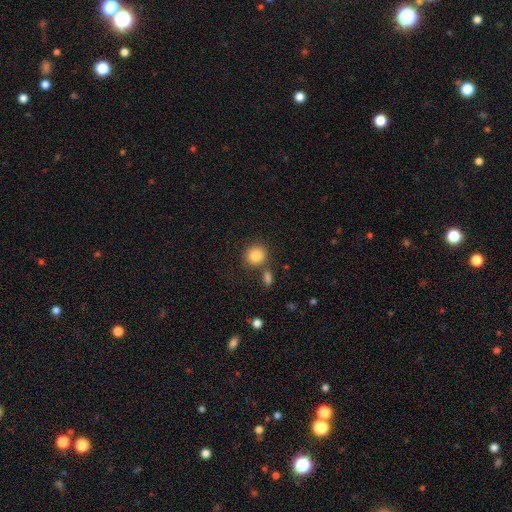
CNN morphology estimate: Smooth or featured: smooth — 85% (star or artifact — 9%)
How rounded: round — 85% (in between — 14%)
Merging: none — 73% (merger — 13%)